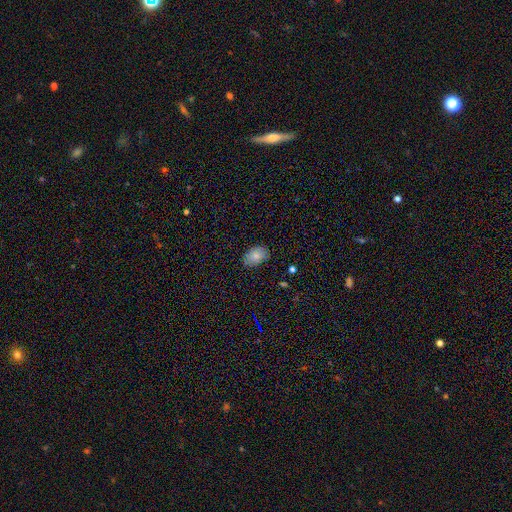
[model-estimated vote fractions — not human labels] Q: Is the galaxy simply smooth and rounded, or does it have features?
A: smooth — 82%.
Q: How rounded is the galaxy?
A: in between — 87%.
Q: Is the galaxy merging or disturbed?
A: none — 81%.